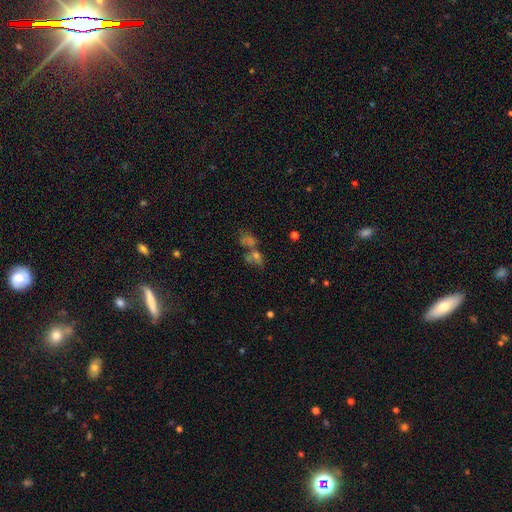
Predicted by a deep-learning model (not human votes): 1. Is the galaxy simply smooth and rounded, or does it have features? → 44% smooth, 30% star or artifact, 26% featured or disk.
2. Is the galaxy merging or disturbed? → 45% merger, 34% none, 11% minor disturbance, 10% major disturbance.